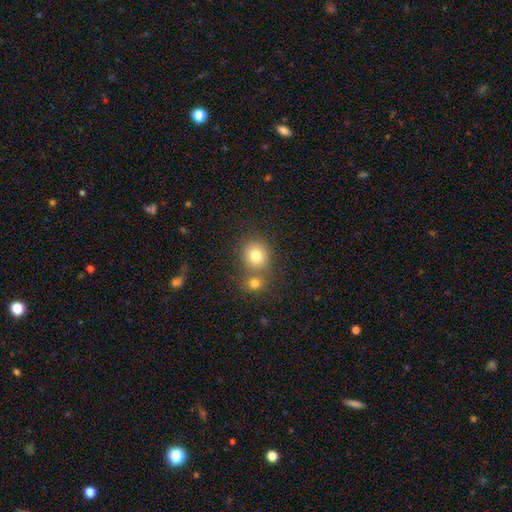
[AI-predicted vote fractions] The model was most divided on "merging": none: 57%, merger: 32%, minor disturbance: 8%, major disturbance: 3%. More confident: how rounded — round (82%); smooth or featured — smooth (79%).